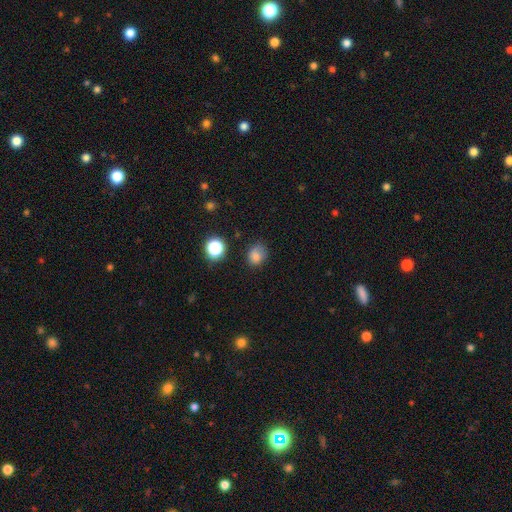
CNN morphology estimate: type=smooth (80%); roundness=round (57%); merging=none (66%).